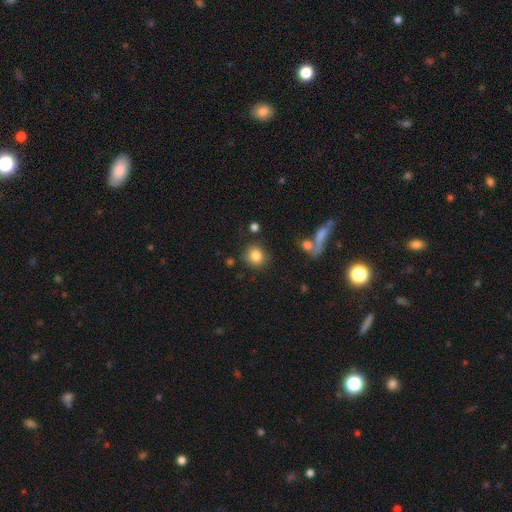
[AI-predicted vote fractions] This is clearly a smooth galaxy (84%). How rounded: clearly round (82%). Merging: clearly none (81%).